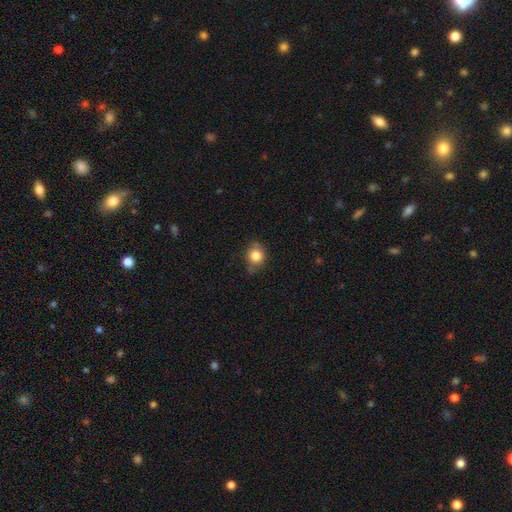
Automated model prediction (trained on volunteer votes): Smooth or featured? smooth (82%)
How rounded? round (73%)
Merging? none (65%)